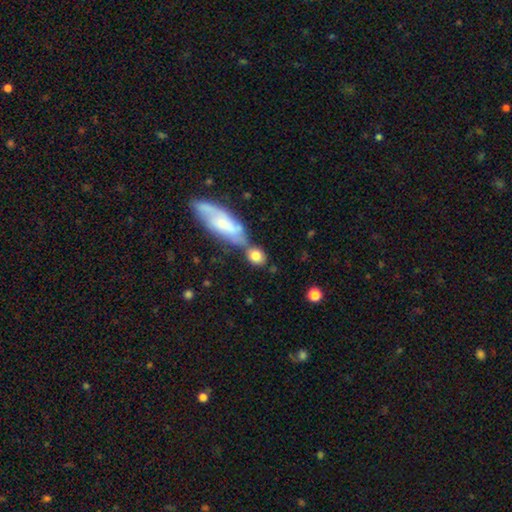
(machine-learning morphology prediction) smooth 79%, featured or disk 13%, star or artifact 7%. Down the decision tree: how rounded — round (53%); merging — none (51%).